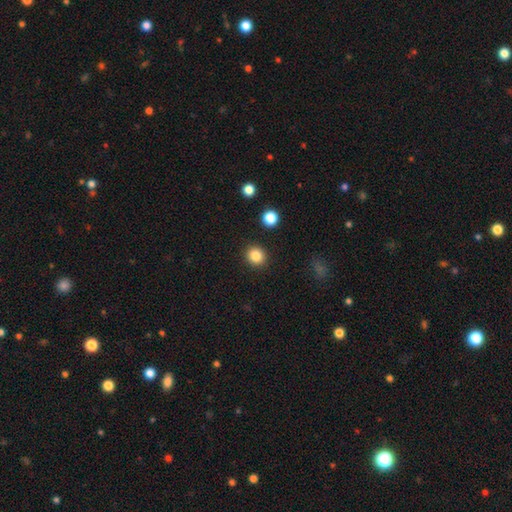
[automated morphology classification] Smooth or featured?
  - smooth: 85% *
  - star or artifact: 11%
  - featured or disk: 5%
How rounded?
  - round: 85% *
  - in between: 14%
  - cigar-shaped: 1%
Merging?
  - none: 91% *
  - minor disturbance: 5%
  - major disturbance: 2%
  - merger: 2%